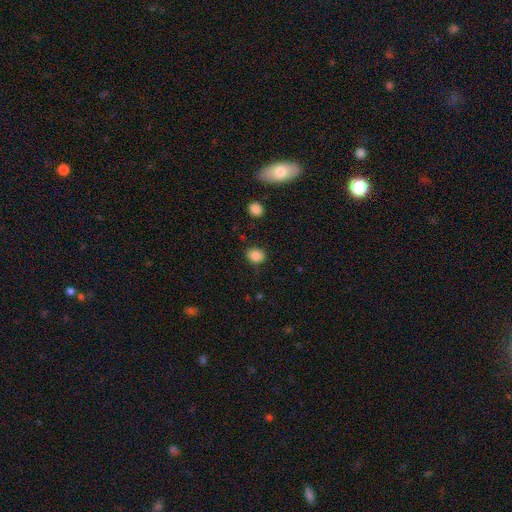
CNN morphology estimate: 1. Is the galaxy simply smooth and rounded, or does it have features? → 85% smooth, 10% star or artifact, 5% featured or disk.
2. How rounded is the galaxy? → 53% round, 46% in between, 1% cigar-shaped.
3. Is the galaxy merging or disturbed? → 81% none, 13% minor disturbance, 4% major disturbance, 2% merger.